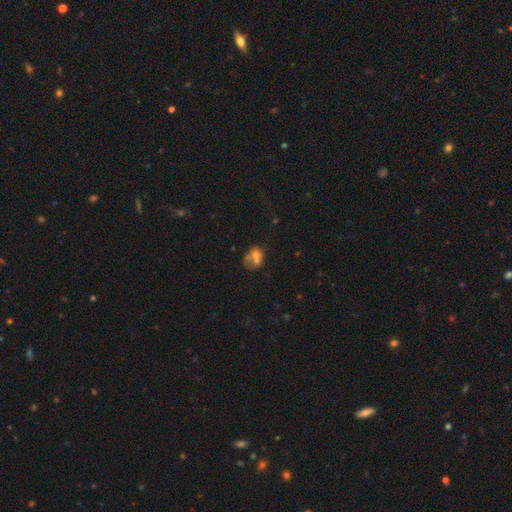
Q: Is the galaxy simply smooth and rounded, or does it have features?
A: smooth — 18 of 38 (47%).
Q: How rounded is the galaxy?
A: round — 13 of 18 (72%).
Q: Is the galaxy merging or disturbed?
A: none — 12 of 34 (35%, tied with merger).